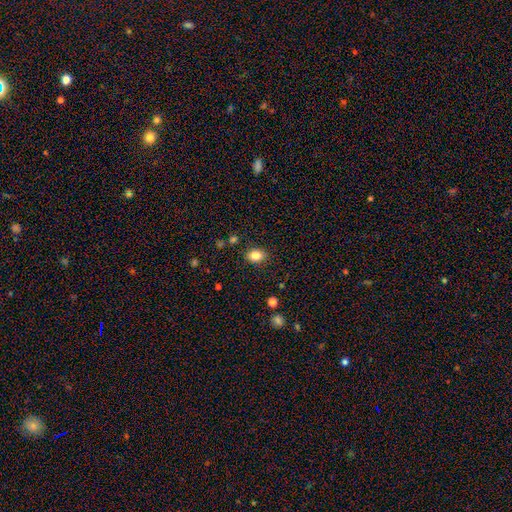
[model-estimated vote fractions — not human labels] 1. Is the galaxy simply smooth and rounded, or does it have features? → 84% smooth, 10% star or artifact, 5% featured or disk.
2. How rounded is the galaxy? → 67% in between, 32% round, 1% cigar-shaped.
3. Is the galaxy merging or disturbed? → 86% none, 10% minor disturbance, 3% major disturbance, 2% merger.